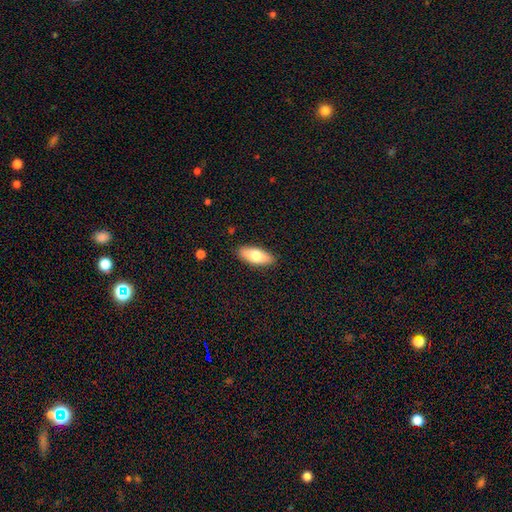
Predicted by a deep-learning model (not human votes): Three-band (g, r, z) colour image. It shows a smooth galaxy with no disk features (72%) that is in between round and cigar-shaped (78%). Merging: none (88%).